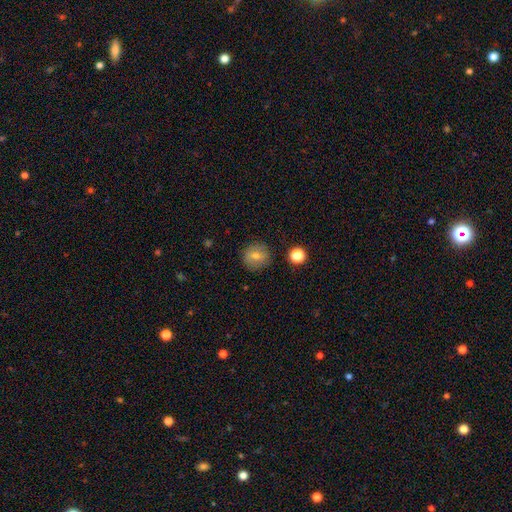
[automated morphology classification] The model was most divided on "smooth or featured": smooth: 66%, featured or disk: 22%, star or artifact: 11%. More confident: how rounded — round (91%); merging — none (88%).